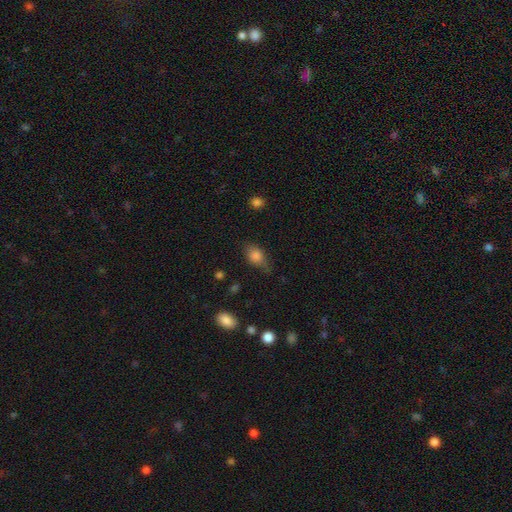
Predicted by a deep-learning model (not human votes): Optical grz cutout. It shows a smooth galaxy with no disk features (81%) that is in between round and cigar-shaped (76%). Merging: none (58%).